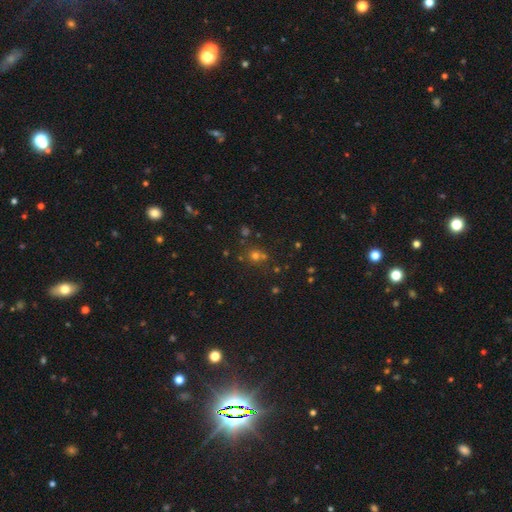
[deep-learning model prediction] This is possibly a smooth galaxy (53%). How rounded: clearly round (86%). Merging: likely none (66%).